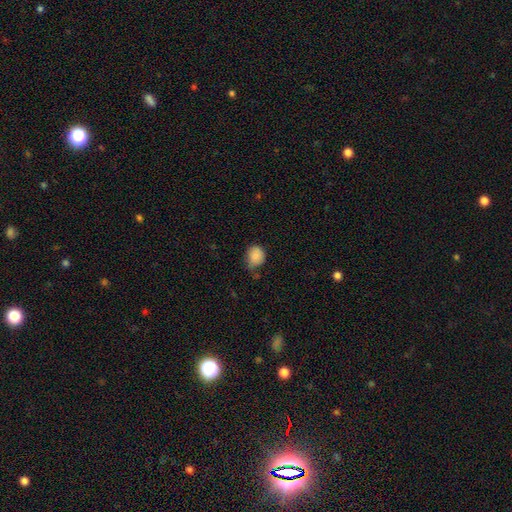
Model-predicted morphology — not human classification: The model was most divided on "merging": none: 55%, minor disturbance: 35%, major disturbance: 7%, merger: 3%. More confident: smooth or featured — smooth (86%); how rounded — round (63%).